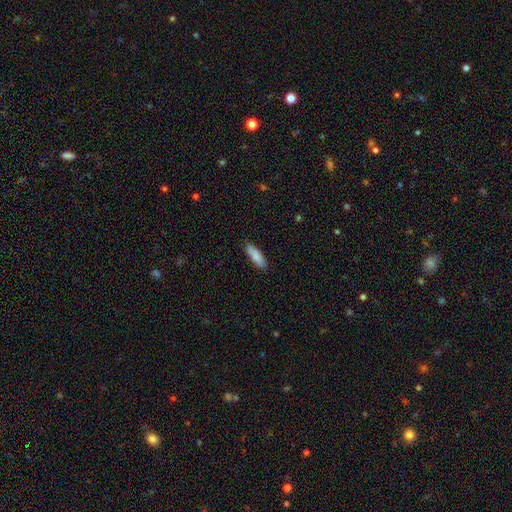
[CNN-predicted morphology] smooth_or_featured: smooth (p=0.86) [alt: featured or disk p=0.09]
how_rounded: cigar-shaped (p=0.53) [alt: in between p=0.46]
merging: none (p=0.88) [alt: minor disturbance p=0.09]